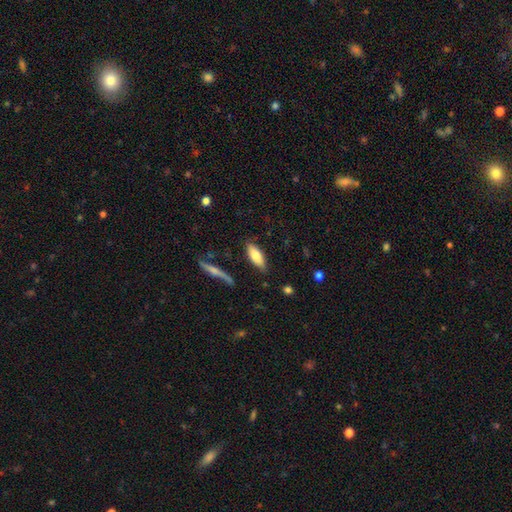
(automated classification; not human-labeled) smooth_or_featured: smooth (p=0.76) [alt: featured or disk p=0.18]
how_rounded: in between (p=0.72) [alt: cigar-shaped p=0.26]
merging: none (p=0.81) [alt: minor disturbance p=0.13]